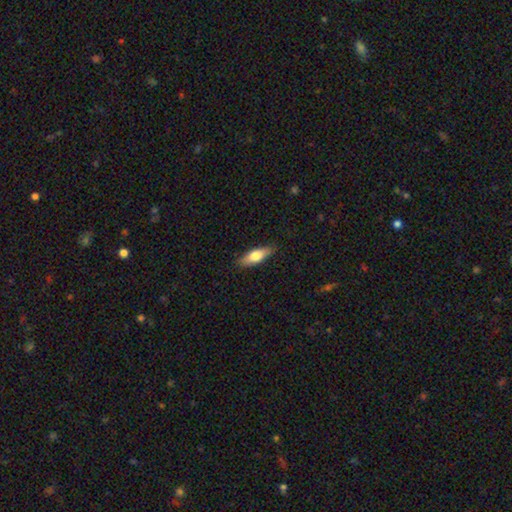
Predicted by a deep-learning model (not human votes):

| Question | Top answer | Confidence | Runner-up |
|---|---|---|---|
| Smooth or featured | smooth | 71% | featured or disk (23%) |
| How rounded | in between | 62% | cigar-shaped (35%) |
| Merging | none | 86% | minor disturbance (11%) |